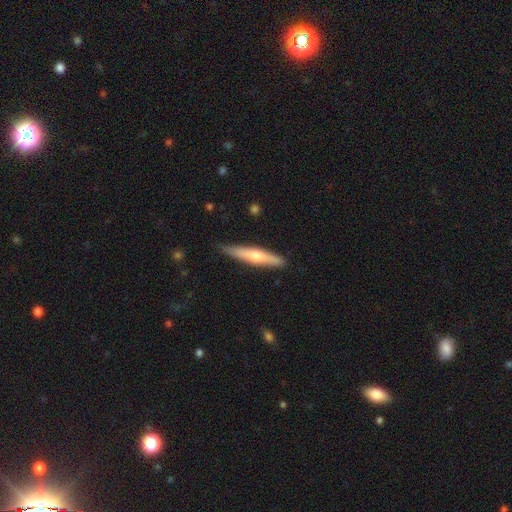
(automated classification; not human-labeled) Q: Smooth or featured?
A: featured or disk (49%); runner-up: smooth (46%)
Q: Merging?
A: none (86%); runner-up: minor disturbance (11%)